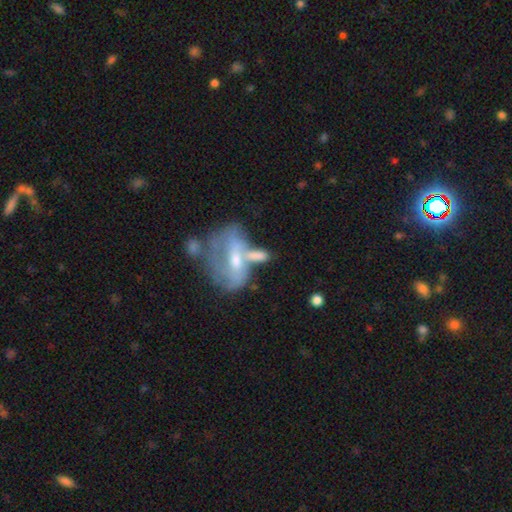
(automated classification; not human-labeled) Smooth or featured? smooth (49%)
Merging? merger (43%)